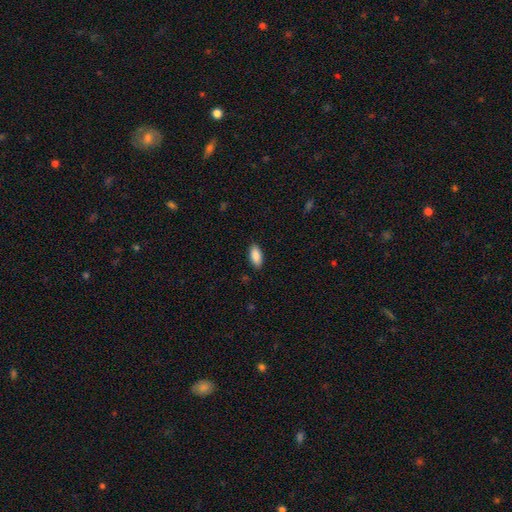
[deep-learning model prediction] Smooth or featured?
  - smooth: 89% *
  - star or artifact: 6%
  - featured or disk: 5%
How rounded?
  - in between: 89% *
  - cigar-shaped: 9%
  - round: 2%
Merging?
  - none: 87% *
  - minor disturbance: 9%
  - major disturbance: 2%
  - merger: 1%